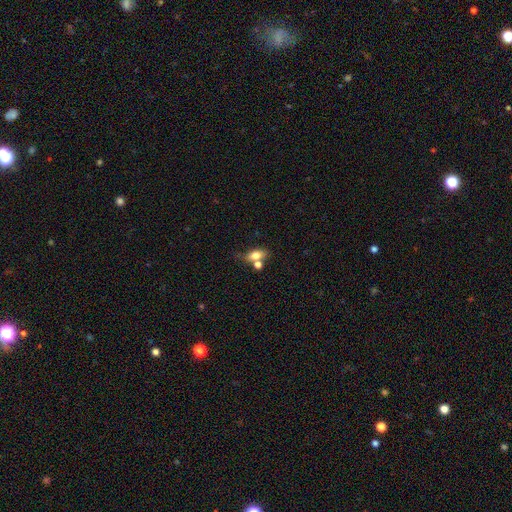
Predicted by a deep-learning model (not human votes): This is likely a smooth galaxy (71%). How rounded: likely in between (78%). Merging: possibly none (46%).